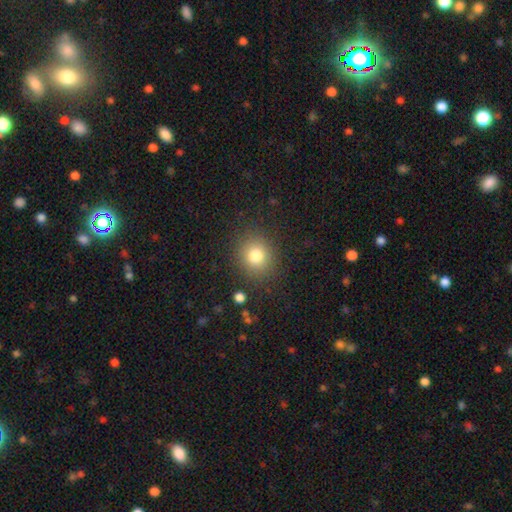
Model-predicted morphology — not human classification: Smooth or featured: smooth — 79% (star or artifact — 13%)
How rounded: round — 81% (in between — 18%)
Merging: none — 87% (minor disturbance — 8%)